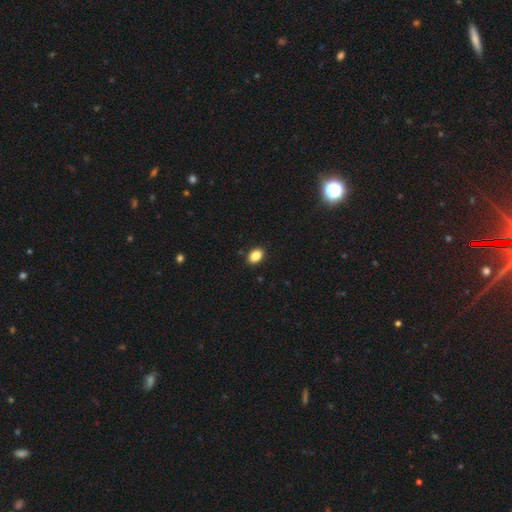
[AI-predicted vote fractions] A smooth galaxy with no disk features (87%) that is in between round and cigar-shaped (82%).

Vote fractions:
- Smooth or featured? smooth: 87% / star or artifact: 9% / featured or disk: 4%
- How rounded? in between: 82% / round: 17% / cigar-shaped: 1%
- Merging? none: 90% / minor disturbance: 8% / major disturbance: 2% / merger: 1%